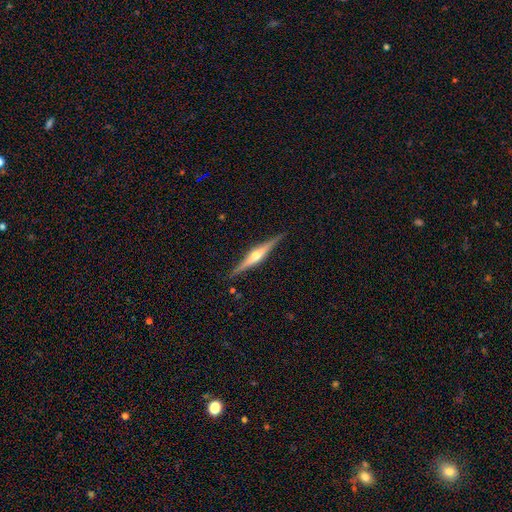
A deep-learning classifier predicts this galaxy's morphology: Smooth or featured? featured or disk (78%)
Edge-on disk? yes (98%)
Edge-on bulge? rounded (88%)
Merging? none (89%)